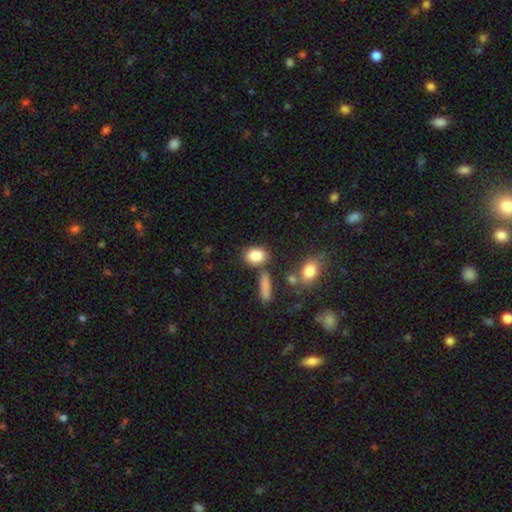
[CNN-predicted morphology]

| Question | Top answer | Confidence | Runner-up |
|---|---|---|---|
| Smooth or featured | smooth | 85% | star or artifact (8%) |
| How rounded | in between | 60% | round (37%) |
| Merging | none | 71% | minor disturbance (12%) |